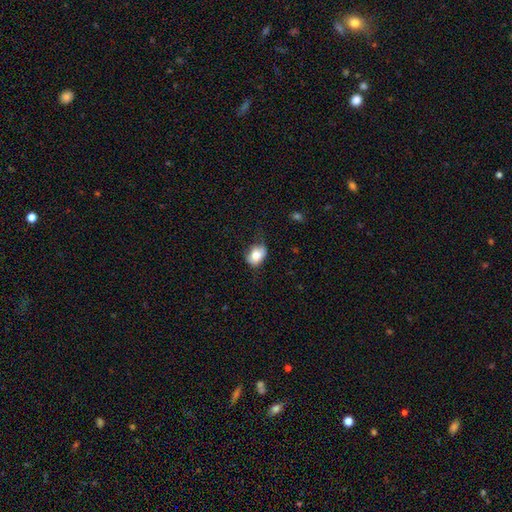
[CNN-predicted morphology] A smooth galaxy with no disk features (75%) that is in between round and cigar-shaped (71%).

Vote fractions:
- Smooth or featured? smooth: 75% / featured or disk: 16% / star or artifact: 8%
- How rounded? in between: 71% / round: 28% / cigar-shaped: 1%
- Merging? none: 53% / minor disturbance: 33% / major disturbance: 12% / merger: 2%